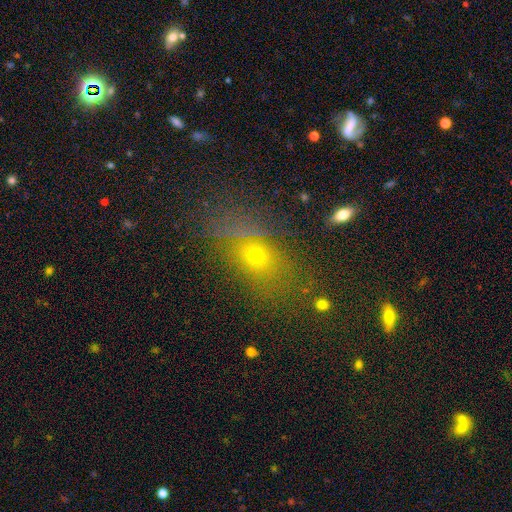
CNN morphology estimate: This appears to be a smooth galaxy with no disk features (59%) that is in between round and cigar-shaped (63%). Merging: none (66%).